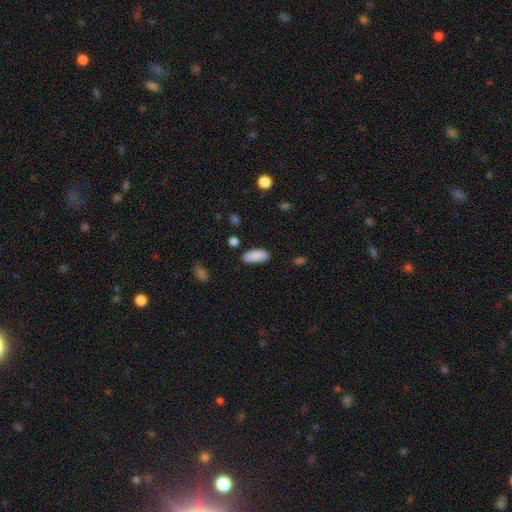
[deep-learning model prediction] Q: Smooth or featured?
A: smooth (89%); runner-up: star or artifact (7%)
Q: How rounded?
A: in between (83%); runner-up: cigar-shaped (15%)
Q: Merging?
A: none (84%); runner-up: minor disturbance (11%)